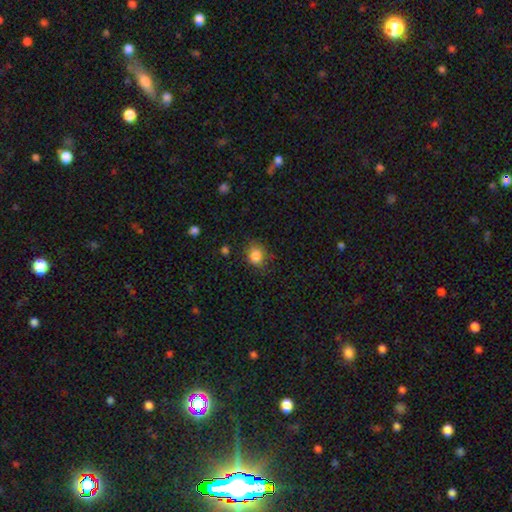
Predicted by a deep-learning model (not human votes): smooth-or-featured: smooth: 84% | star or artifact: 10% | featured or disk: 6%
  how-rounded: round: 60% | in between: 40% | cigar-shaped: 1%
  merging: none: 73% | minor disturbance: 20% | major disturbance: 6% | merger: 2%